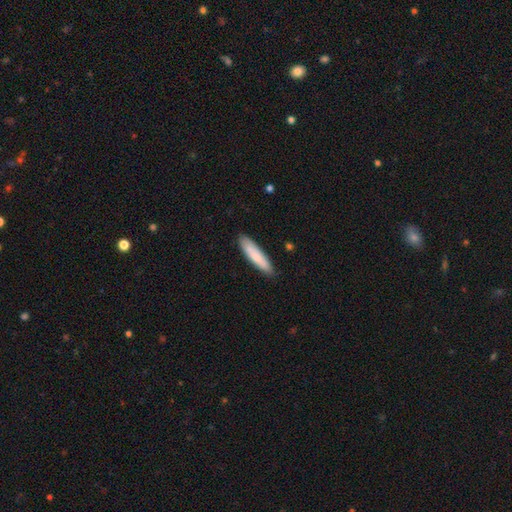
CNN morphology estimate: A smooth galaxy with no disk features (79%) that is cigar-shaped (78%).

Vote fractions:
- Smooth or featured? smooth: 79% / featured or disk: 16% / star or artifact: 5%
- How rounded? cigar-shaped: 78% / in between: 21% / round: 1%
- Merging? none: 86% / minor disturbance: 11% / major disturbance: 2% / merger: 1%